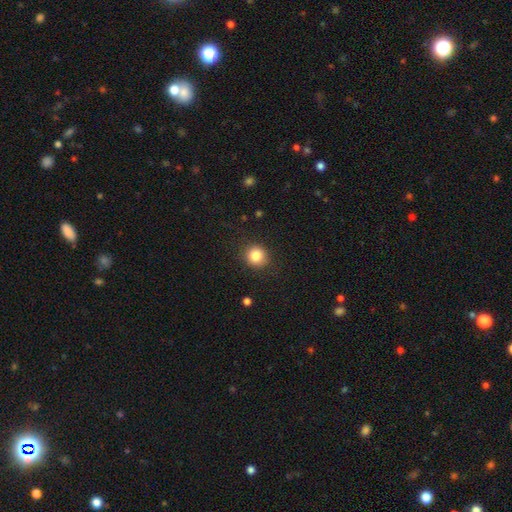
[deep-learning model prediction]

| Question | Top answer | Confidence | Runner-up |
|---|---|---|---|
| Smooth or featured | smooth | 84% | star or artifact (11%) |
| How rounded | round | 89% | in between (10%) |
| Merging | none | 88% | minor disturbance (9%) |